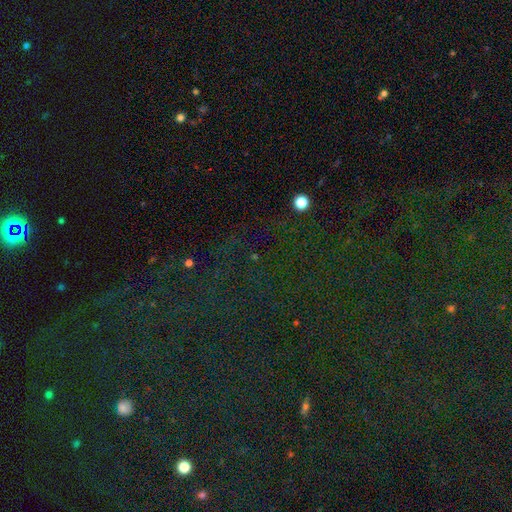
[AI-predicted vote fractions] A star or artifact, not a galaxy (82%).

Vote fractions:
- Smooth or featured? star or artifact: 82% / smooth: 11% / featured or disk: 7%